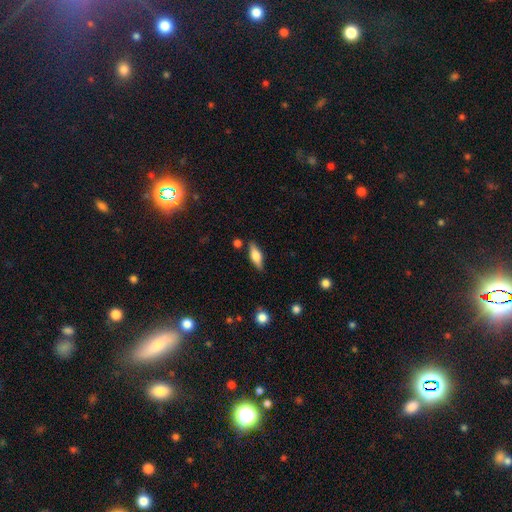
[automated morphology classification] Q: Smooth or featured?
A: smooth (60%); runner-up: featured or disk (33%)
Q: How rounded?
A: in between (62%); runner-up: cigar-shaped (35%)
Q: Merging?
A: none (83%); runner-up: minor disturbance (12%)